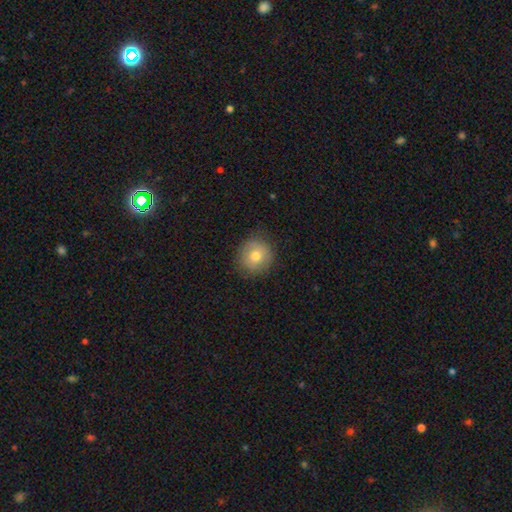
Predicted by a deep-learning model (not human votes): Smooth or featured? Predicted: smooth (p=0.74). How rounded? Predicted: round (p=0.88). Merging? Predicted: none (p=0.84).